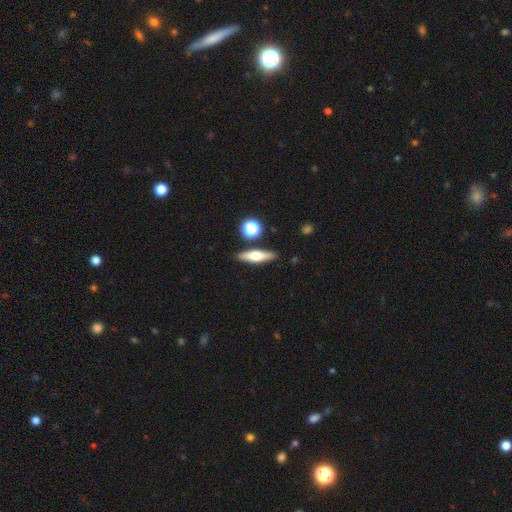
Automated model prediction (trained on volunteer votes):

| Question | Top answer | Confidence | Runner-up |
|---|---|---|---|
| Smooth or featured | smooth | 46% | featured or disk (45%) |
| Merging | none | 85% | minor disturbance (8%) |